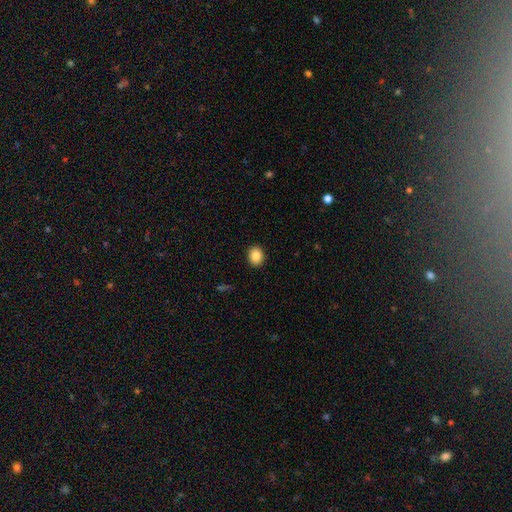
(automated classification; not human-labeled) Smooth or featured?
  - smooth: 87% *
  - star or artifact: 9%
  - featured or disk: 5%
How rounded?
  - round: 55% *
  - in between: 44%
  - cigar-shaped: 1%
Merging?
  - none: 91% *
  - minor disturbance: 6%
  - major disturbance: 2%
  - merger: 1%